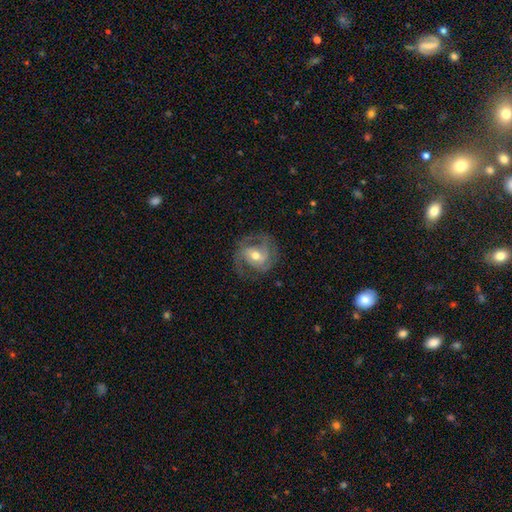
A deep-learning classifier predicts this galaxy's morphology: smooth_or_featured: featured or disk (p=0.84) [alt: smooth p=0.11]
disk_edge_on: no (p=0.97) [alt: yes p=0.03]
bar: weak (p=0.43) [alt: no p=0.37]
has_spiral_arms: yes (p=0.95) [alt: no p=0.05]
spiral_winding: medium (p=0.49) [alt: tight p=0.35]
spiral_arm_count: 2 (p=0.56) [alt: 3 p=0.22]
bulge_size: moderate (p=0.68) [alt: small p=0.25]
merging: none (p=0.72) [alt: minor disturbance p=0.17]